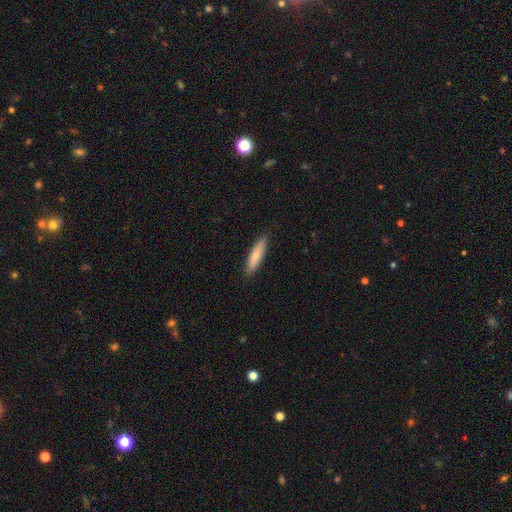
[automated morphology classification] Smooth or featured? Predicted: smooth (p=0.81). How rounded? Predicted: cigar-shaped (p=0.80). Merging? Predicted: none (p=0.89).